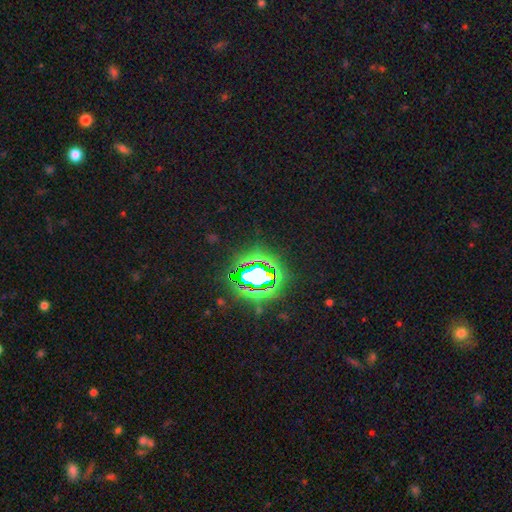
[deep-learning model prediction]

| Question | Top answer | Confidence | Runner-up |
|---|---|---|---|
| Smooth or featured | star or artifact | 83% | smooth (11%) |